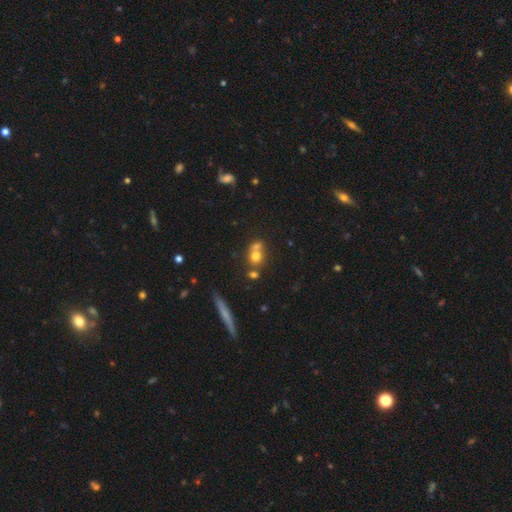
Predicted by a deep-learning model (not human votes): smooth 67%, featured or disk 18%, star or artifact 15%. Down the decision tree: how rounded — round (74%); merging — merger (49%).